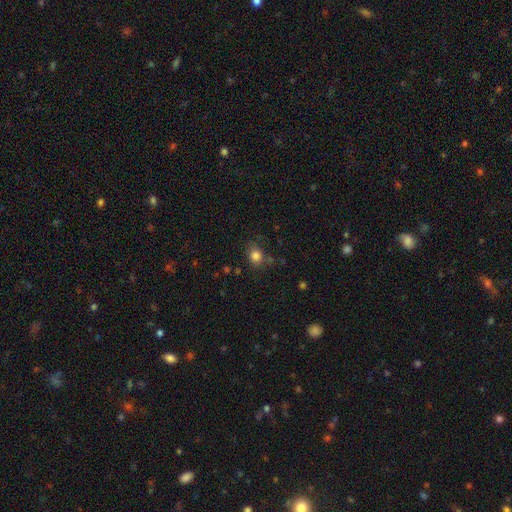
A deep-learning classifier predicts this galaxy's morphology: smooth-or-featured: smooth: 82% | star or artifact: 12% | featured or disk: 6%
  how-rounded: round: 61% | in between: 38% | cigar-shaped: 1%
  merging: none: 73% | minor disturbance: 18% | major disturbance: 5% | merger: 4%